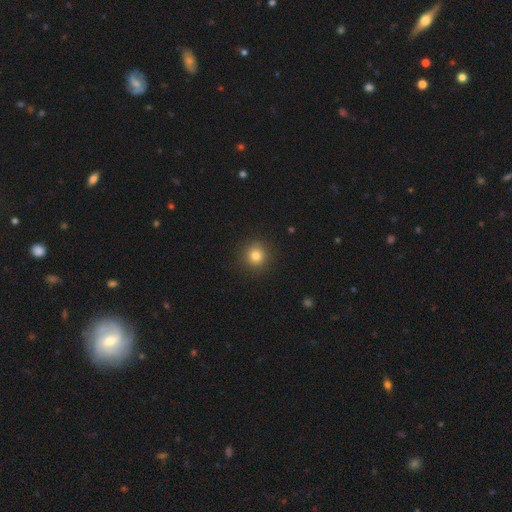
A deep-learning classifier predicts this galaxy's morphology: type=smooth (82%); roundness=round (93%); merging=none (91%).